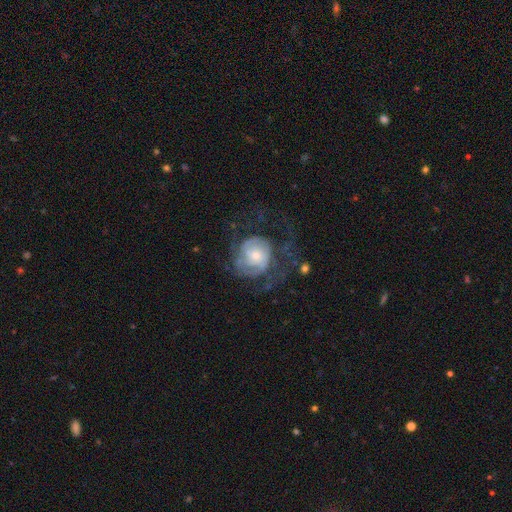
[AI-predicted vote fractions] A featured or disk galaxy (71%) with no bar (74%), tight (48%) spiral arms (81%) and a small central bulge (48%). Merging: none (44%).